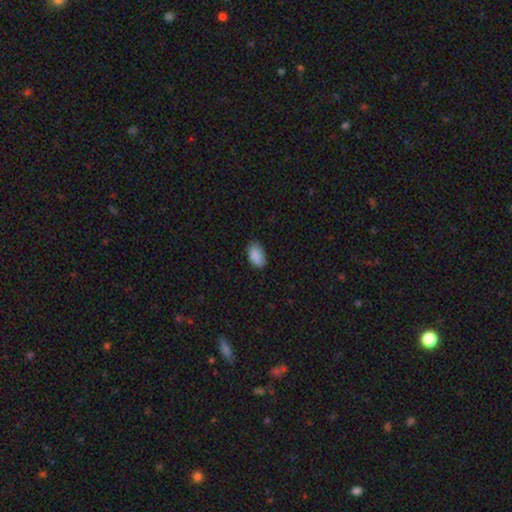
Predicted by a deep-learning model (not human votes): smooth_or_featured: smooth (p=0.89) [alt: star or artifact p=0.07]
how_rounded: in between (p=0.92) [alt: round p=0.07]
merging: none (p=0.77) [alt: minor disturbance p=0.19]